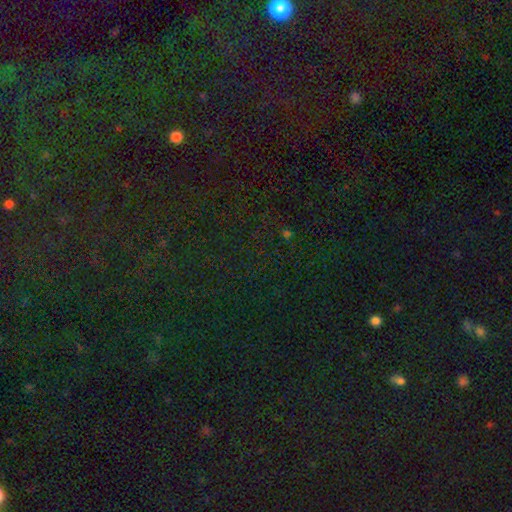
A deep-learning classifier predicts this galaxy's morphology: smooth_or_featured: star or artifact (p=0.83) [alt: smooth p=0.11]